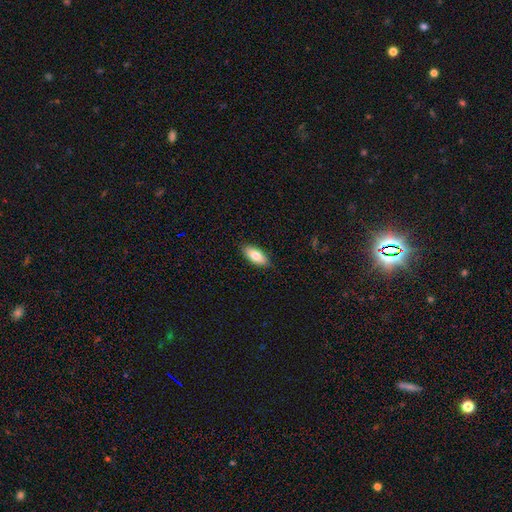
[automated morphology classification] The model was most divided on "smooth or featured": smooth: 79%, featured or disk: 15%, star or artifact: 6%. More confident: merging — none (87%); how rounded — in between (86%).